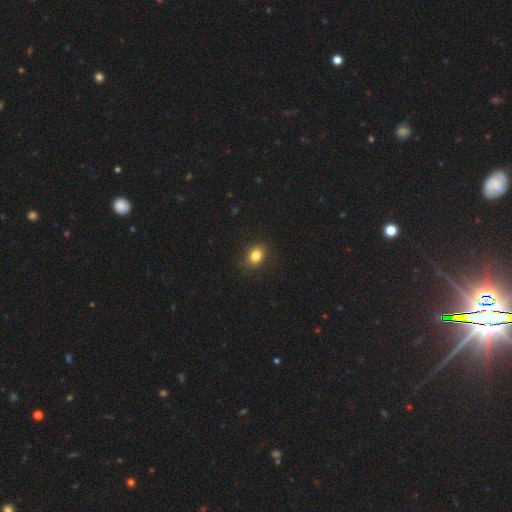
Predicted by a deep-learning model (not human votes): A smooth galaxy with no disk features (83%) that is in between round and cigar-shaped (62%). Merging: none (87%).